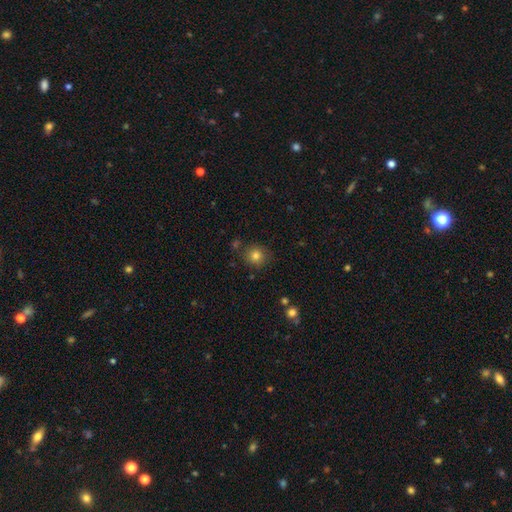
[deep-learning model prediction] The model was most divided on "smooth or featured": smooth: 80%, star or artifact: 13%, featured or disk: 7%. More confident: how rounded — round (88%); merging — none (81%).